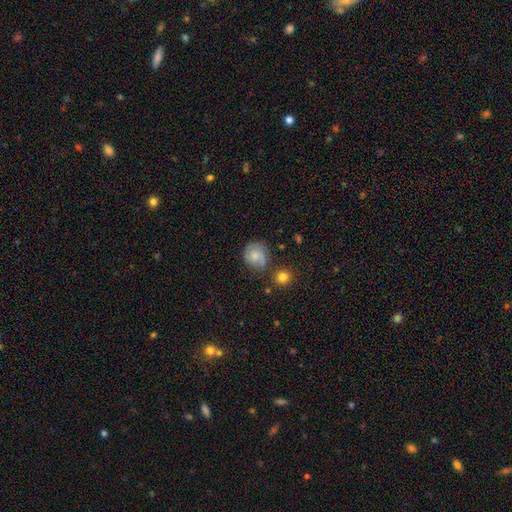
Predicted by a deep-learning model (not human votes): smooth 51%, featured or disk 40%, star or artifact 9%. Down the decision tree: how rounded — round (80%); merging — none (61%).